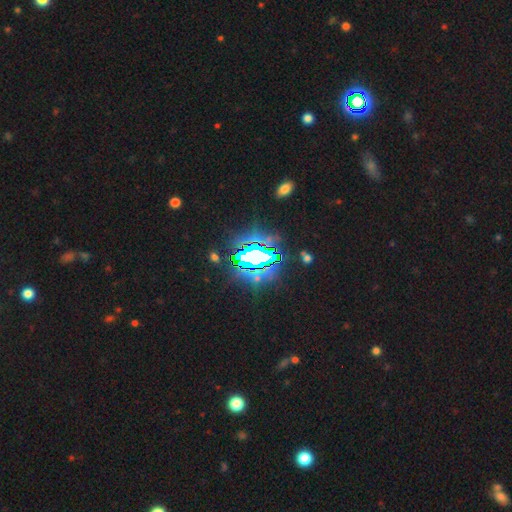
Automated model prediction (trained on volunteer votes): star or artifact 76%, smooth 12%, featured or disk 12%.